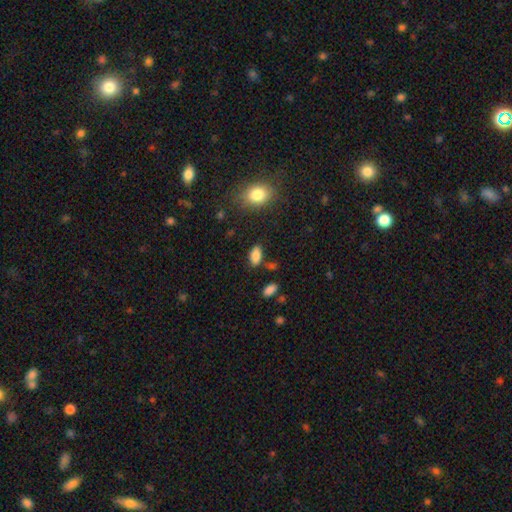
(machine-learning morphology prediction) Smooth or featured?
  - smooth: 84% *
  - star or artifact: 9%
  - featured or disk: 6%
How rounded?
  - in between: 91% *
  - round: 5%
  - cigar-shaped: 4%
Merging?
  - none: 72% *
  - minor disturbance: 16%
  - merger: 7%
  - major disturbance: 5%